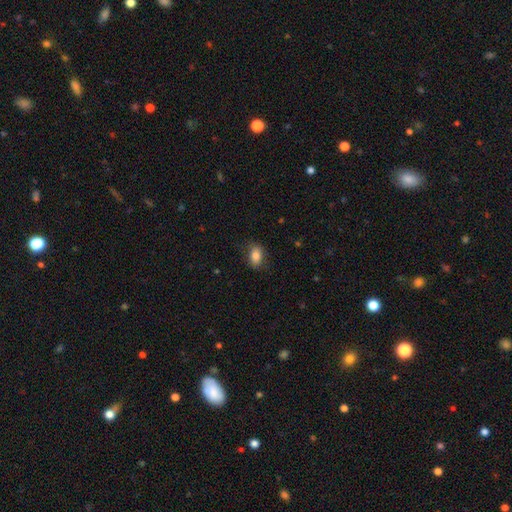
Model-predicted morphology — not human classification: Q: Smooth or featured?
A: smooth (84%); runner-up: star or artifact (8%)
Q: How rounded?
A: in between (84%); runner-up: round (14%)
Q: Merging?
A: none (80%); runner-up: minor disturbance (15%)